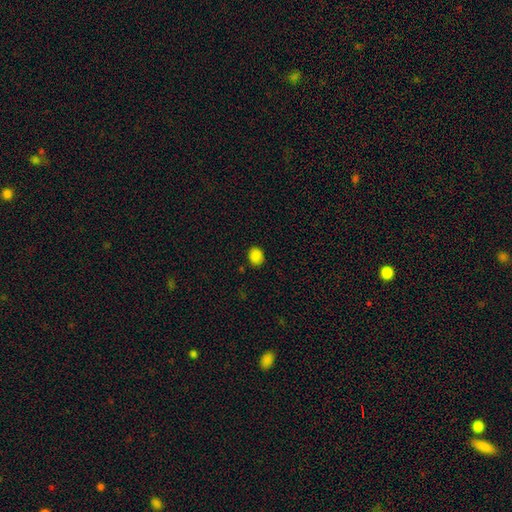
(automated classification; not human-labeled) This is clearly a smooth galaxy (85%). How rounded: possibly round (53%). Merging: clearly none (81%).